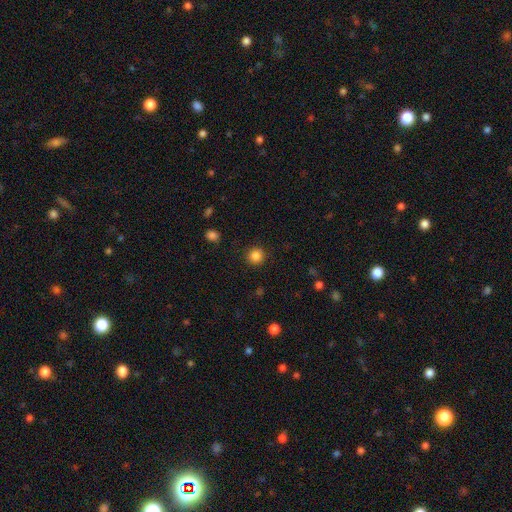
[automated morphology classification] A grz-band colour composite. It shows a smooth galaxy with no disk features (85%) that is round (94%). Merging: none (91%).